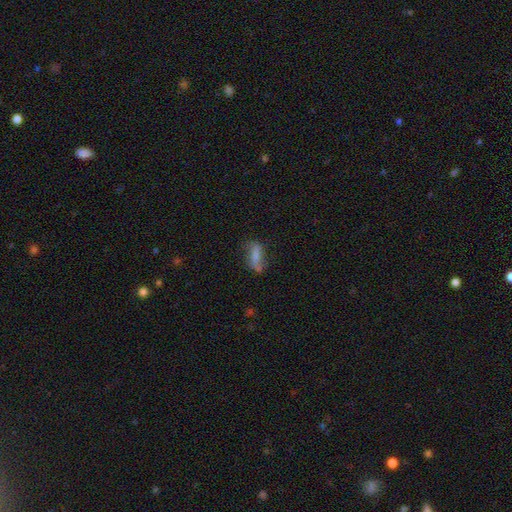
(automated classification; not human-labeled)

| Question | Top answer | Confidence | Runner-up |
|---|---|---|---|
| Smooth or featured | smooth | 66% | featured or disk (25%) |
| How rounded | in between | 59% | cigar-shaped (37%) |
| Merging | none | 53% | minor disturbance (28%) |